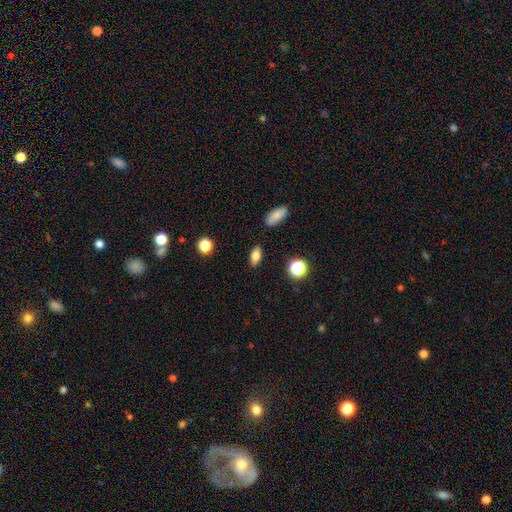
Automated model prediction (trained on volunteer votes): Smooth or featured: smooth — 75% (featured or disk — 15%)
How rounded: in between — 80% (cigar-shaped — 13%)
Merging: none — 87% (minor disturbance — 9%)